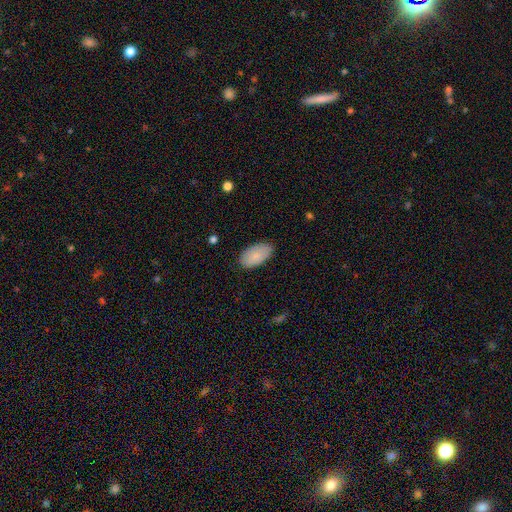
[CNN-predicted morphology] A smooth galaxy with no disk features (84%) that is in between round and cigar-shaped (95%). Merging: none (84%).